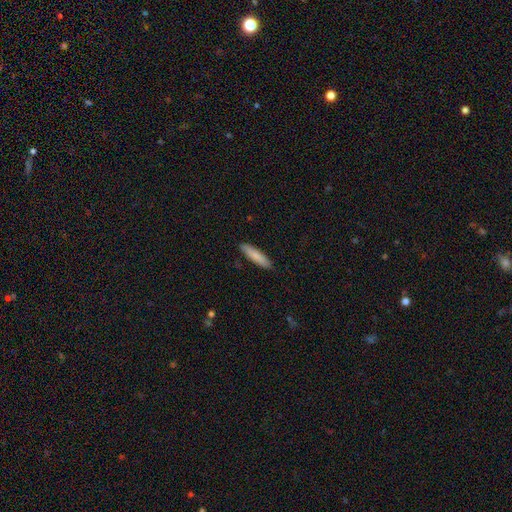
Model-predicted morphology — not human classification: Smooth or featured: smooth — 82% (featured or disk — 13%)
How rounded: cigar-shaped — 80% (in between — 19%)
Merging: none — 89% (minor disturbance — 8%)